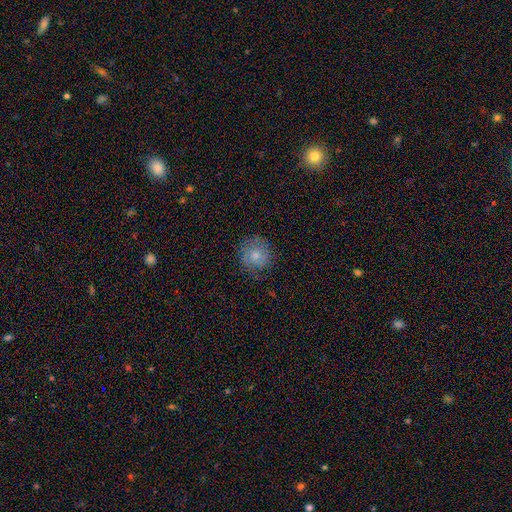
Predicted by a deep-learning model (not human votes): smooth 64%, featured or disk 27%, star or artifact 9%. Down the decision tree: how rounded — round (88%); merging — none (72%).